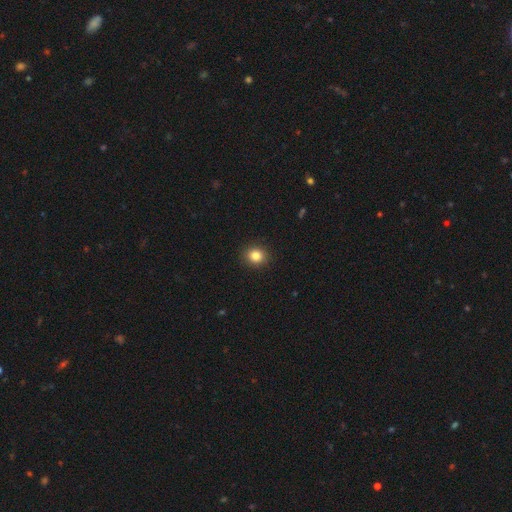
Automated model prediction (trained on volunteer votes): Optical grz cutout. It shows a smooth galaxy with no disk features (84%) that is round (78%). Merging: none (91%).